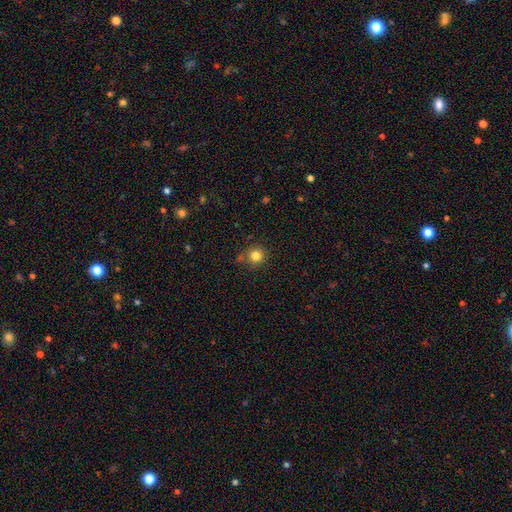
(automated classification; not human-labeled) A smooth galaxy with no disk features (82%) that is round (92%).

Vote fractions:
- Smooth or featured? smooth: 82% / star or artifact: 12% / featured or disk: 6%
- How rounded? round: 92% / in between: 7% / cigar-shaped: 1%
- Merging? none: 80% / minor disturbance: 12% / merger: 5% / major disturbance: 3%